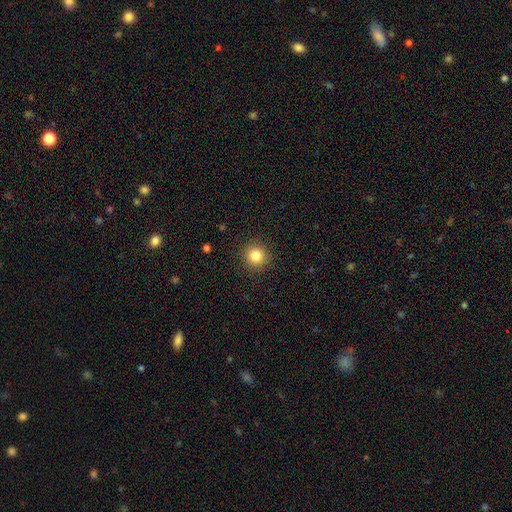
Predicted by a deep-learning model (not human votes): smooth-or-featured: smooth: 83% | star or artifact: 11% | featured or disk: 6%
  how-rounded: round: 93% | in between: 6% | cigar-shaped: 1%
  merging: none: 91% | minor disturbance: 6% | major disturbance: 2% | merger: 1%